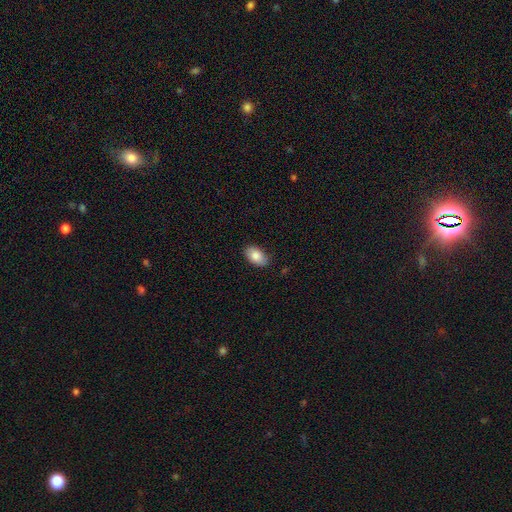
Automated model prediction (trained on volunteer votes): This appears to be a smooth galaxy with no disk features (84%) that is in between round and cigar-shaped (93%). Merging: none (84%).